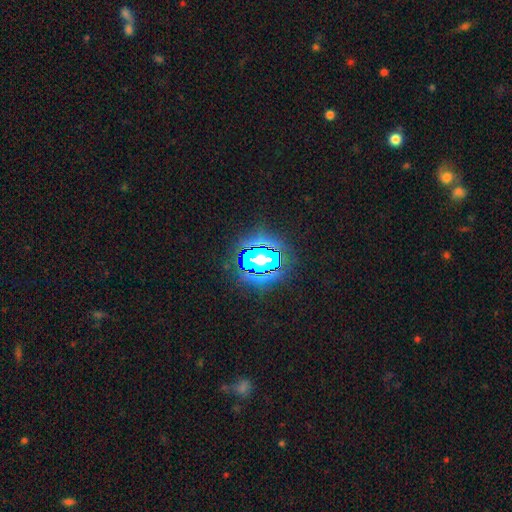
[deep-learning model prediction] A star or artifact, not a galaxy (77%).